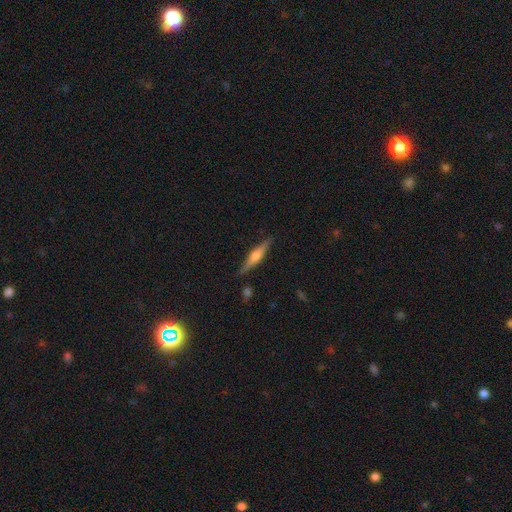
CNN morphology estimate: smooth-or-featured: featured or disk: 62% | smooth: 32% | star or artifact: 6%
  disk-edge-on: yes: 97% | no: 3%
    edge-on-bulge: rounded: 84% | boxy: 11% | none: 6%
  merging: none: 87% | minor disturbance: 9% | major disturbance: 2% | merger: 2%